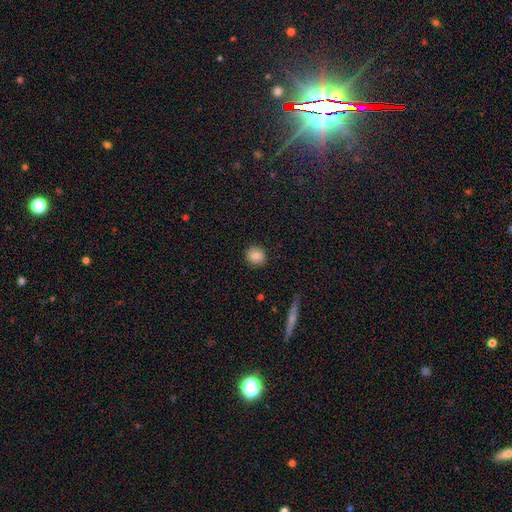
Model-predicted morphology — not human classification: Smooth or featured: smooth — 87% (star or artifact — 9%)
How rounded: round — 79% (in between — 19%)
Merging: none — 89% (minor disturbance — 7%)